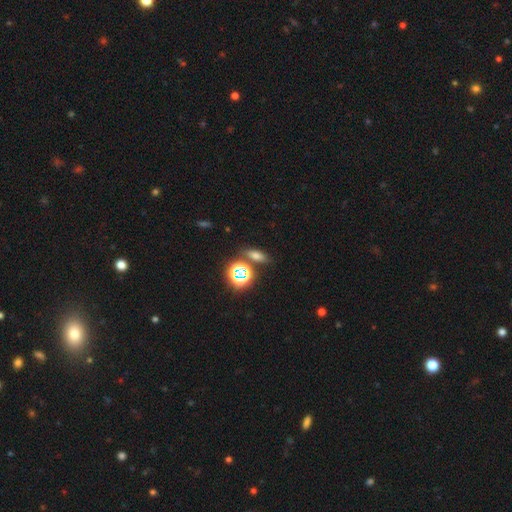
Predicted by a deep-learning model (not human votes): The model was most divided on "smooth or featured": smooth: 59%, star or artifact: 28%, featured or disk: 13%. More confident: merging — none (76%); how rounded — in between (60%).